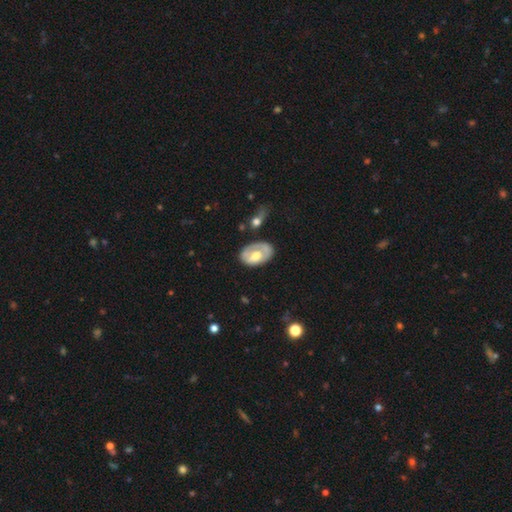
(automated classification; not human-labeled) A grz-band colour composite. It shows a featured or disk galaxy (49%). Merging: none (54%).